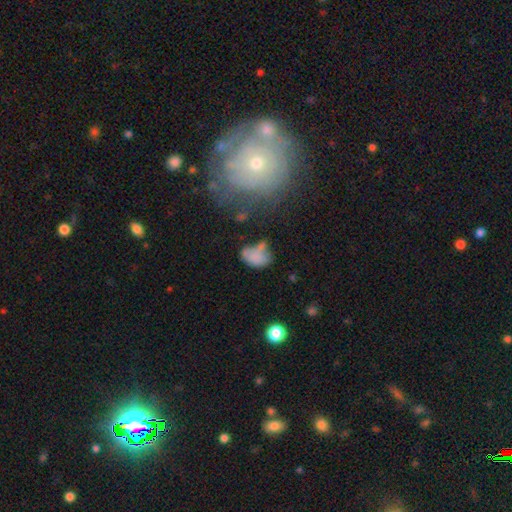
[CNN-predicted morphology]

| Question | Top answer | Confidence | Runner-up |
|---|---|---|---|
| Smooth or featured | smooth | 69% | featured or disk (19%) |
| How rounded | in between | 83% | round (15%) |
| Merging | none | 29% | minor disturbance (27%) |